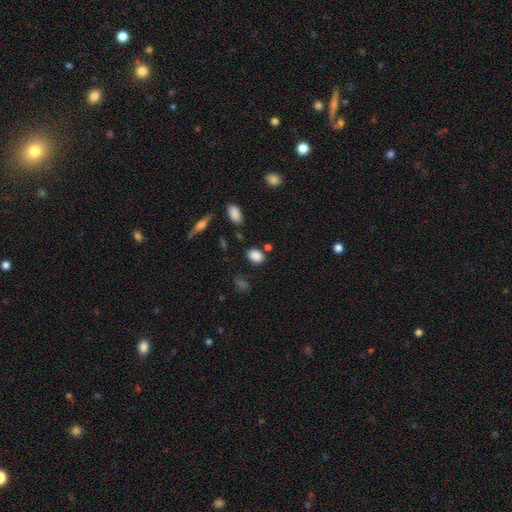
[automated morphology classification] type=smooth (86%); roundness=in between (71%); merging=none (78%).